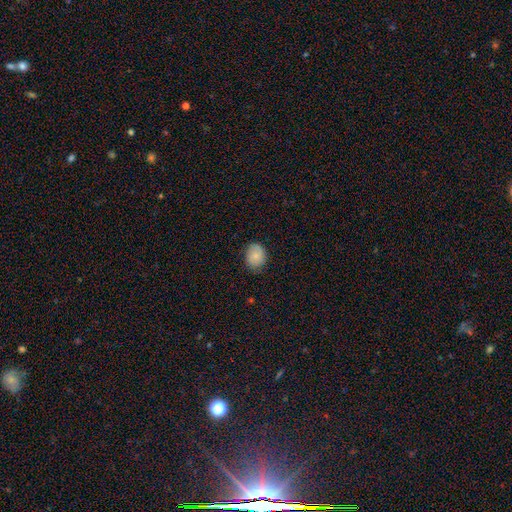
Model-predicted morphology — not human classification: A smooth galaxy with no disk features (82%) that is round (51%). Merging: none (78%).